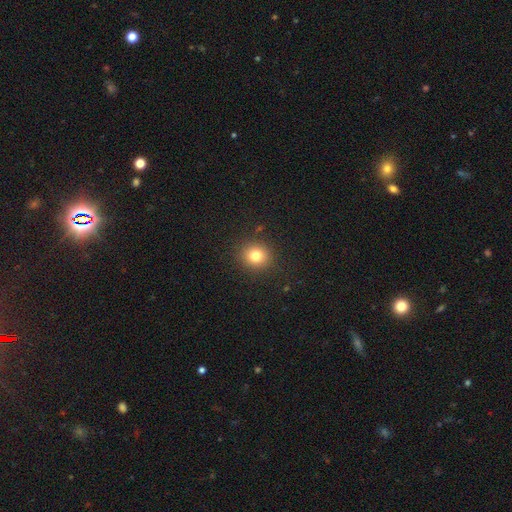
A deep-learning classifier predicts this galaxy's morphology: A smooth galaxy with no disk features (79%) that is round (88%). Merging: none (89%).